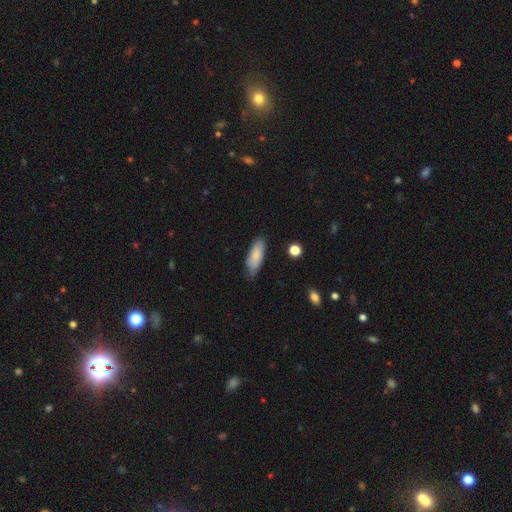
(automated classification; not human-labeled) Smooth or featured?
  - smooth: 83% *
  - featured or disk: 11%
  - star or artifact: 6%
How rounded?
  - in between: 67% *
  - cigar-shaped: 31%
  - round: 2%
Merging?
  - none: 78% *
  - minor disturbance: 17%
  - major disturbance: 3%
  - merger: 1%